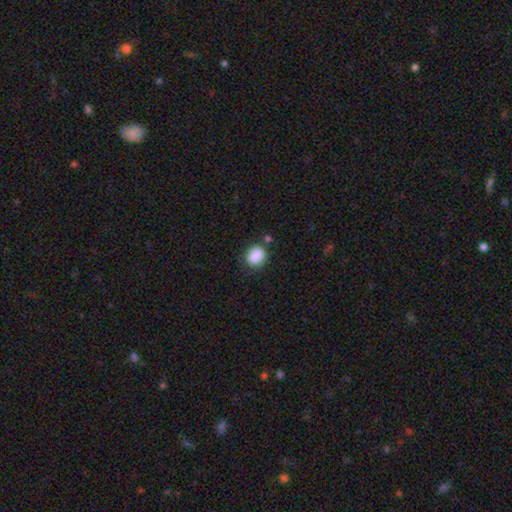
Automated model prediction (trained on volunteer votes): smooth_or_featured: smooth (p=0.88) [alt: star or artifact p=0.08]
how_rounded: round (p=0.53) [alt: in between p=0.46]
merging: none (p=0.75) [alt: minor disturbance p=0.15]